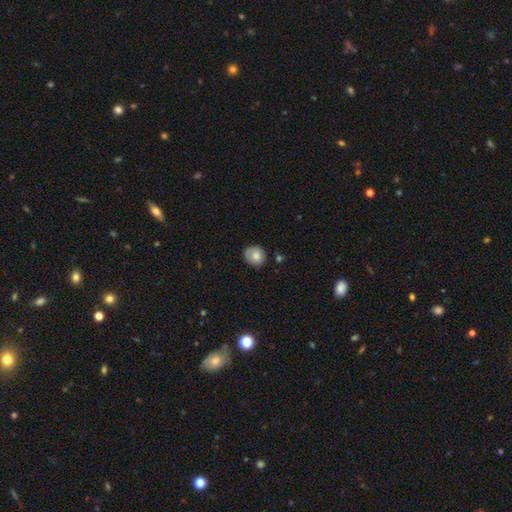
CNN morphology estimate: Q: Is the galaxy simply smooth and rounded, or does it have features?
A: smooth — 71%.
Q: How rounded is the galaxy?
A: round — 76%.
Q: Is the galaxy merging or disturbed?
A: none — 68%.